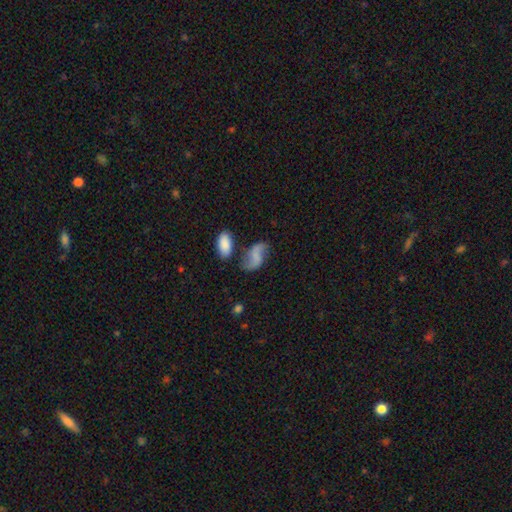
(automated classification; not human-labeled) smooth_or_featured: featured or disk (p=0.50) [alt: smooth p=0.41]
merging: none (p=0.55) [alt: minor disturbance p=0.22]